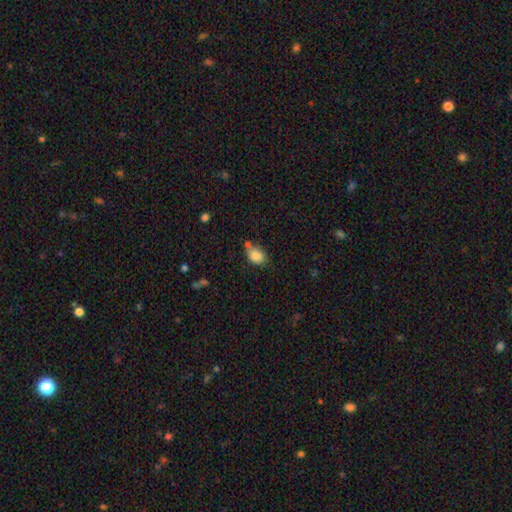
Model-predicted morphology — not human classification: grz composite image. It shows a smooth galaxy with no disk features (85%) that is in between round and cigar-shaped (65%). Merging: none (57%).